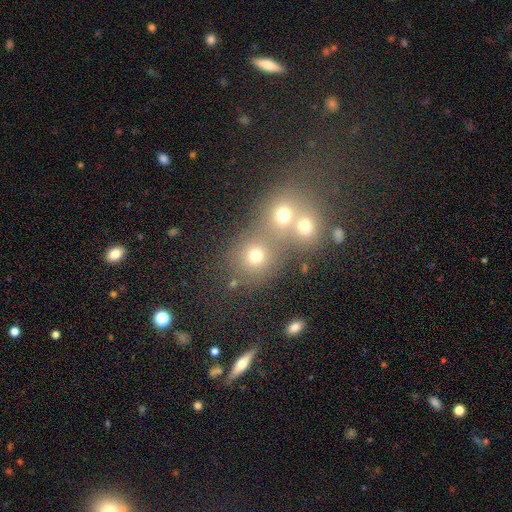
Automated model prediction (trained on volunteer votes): smooth-or-featured: smooth: 71% | star or artifact: 18% | featured or disk: 11%
  how-rounded: round: 80% | in between: 19% | cigar-shaped: 1%
  merging: merger: 51% | none: 40% | minor disturbance: 6% | major disturbance: 3%